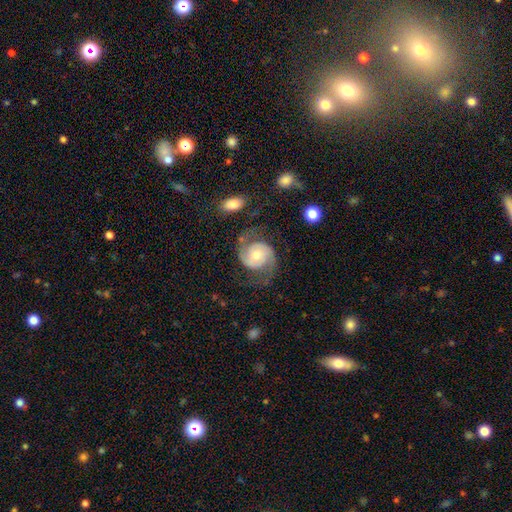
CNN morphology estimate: The model was most divided on "spiral winding": medium: 51%, tight: 31%, loose: 18%. More confident: edge-on disk — no (98%); spiral arms — yes (97%); spiral arm count — 2 (93%); smooth or featured — featured or disk (87%); merging — none (72%); bar — no (67%); bulge size — moderate (61%).